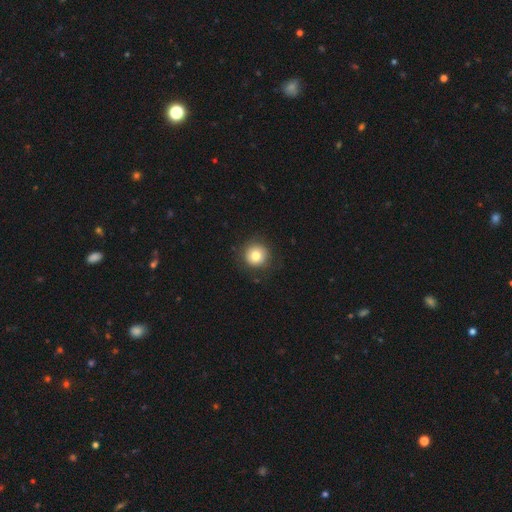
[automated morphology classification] A smooth galaxy with no disk features (80%) that is round (95%).

Vote fractions:
- Smooth or featured? smooth: 80% / featured or disk: 11% / star or artifact: 10%
- How rounded? round: 95% / in between: 4% / cigar-shaped: 1%
- Merging? none: 87% / minor disturbance: 9% / major disturbance: 3% / merger: 1%